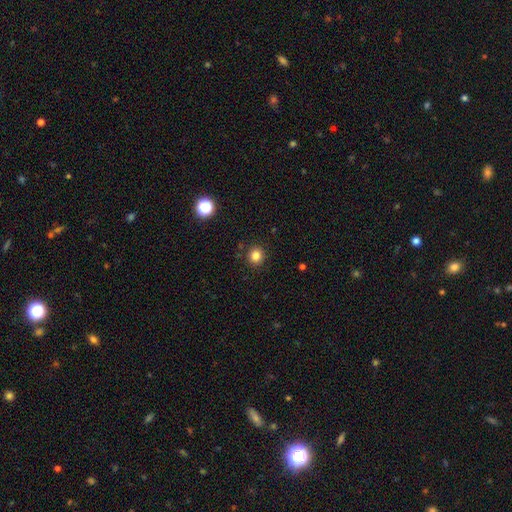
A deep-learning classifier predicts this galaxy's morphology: Smooth or featured: smooth — 82% (star or artifact — 13%)
How rounded: round — 90% (in between — 9%)
Merging: none — 91% (minor disturbance — 6%)